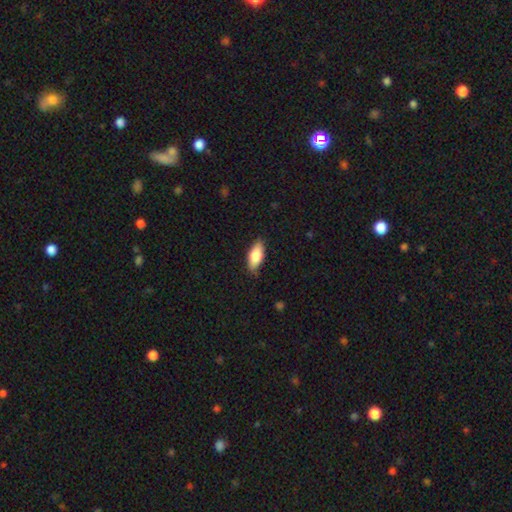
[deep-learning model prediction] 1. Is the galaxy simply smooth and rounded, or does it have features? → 79% smooth, 15% featured or disk, 6% star or artifact.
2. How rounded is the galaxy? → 84% in between, 14% cigar-shaped, 3% round.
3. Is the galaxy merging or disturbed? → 81% none, 15% minor disturbance, 3% major disturbance, 1% merger.